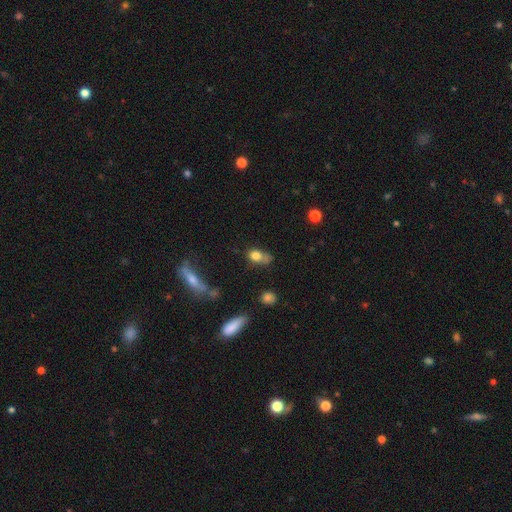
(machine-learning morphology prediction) This appears to be a smooth galaxy with no disk features (74%) that is in between round and cigar-shaped (67%). Merging: none (35%).